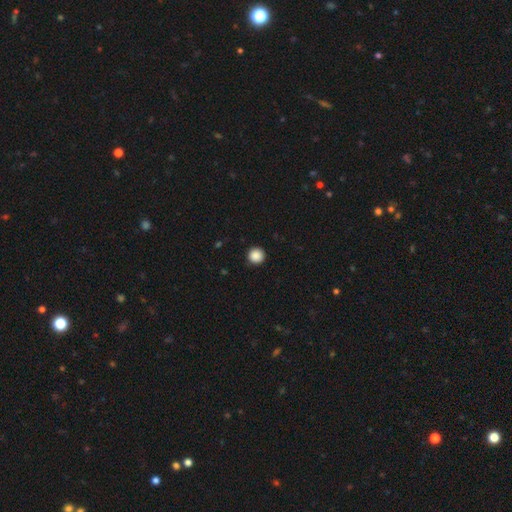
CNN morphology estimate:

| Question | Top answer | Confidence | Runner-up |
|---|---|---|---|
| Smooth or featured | smooth | 88% | star or artifact (9%) |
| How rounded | round | 96% | in between (3%) |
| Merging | none | 93% | minor disturbance (5%) |